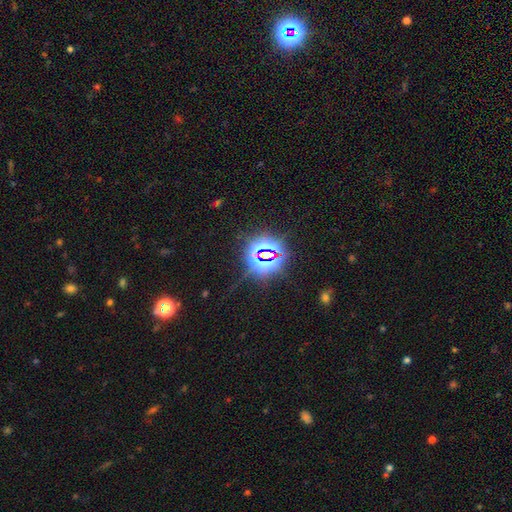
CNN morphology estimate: Overall: star or artifact (80%).